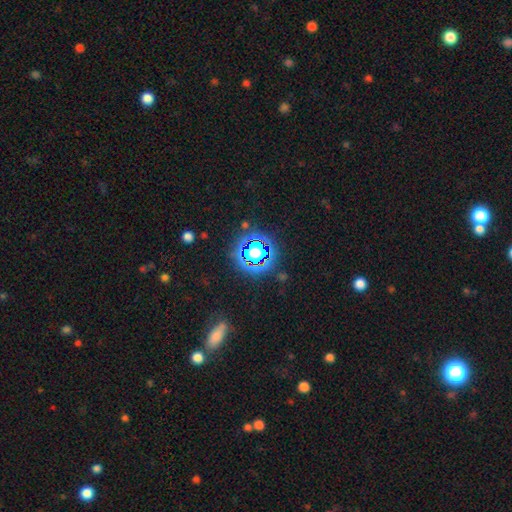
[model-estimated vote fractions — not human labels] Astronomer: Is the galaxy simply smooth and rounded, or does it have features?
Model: star or artifact — 73%.